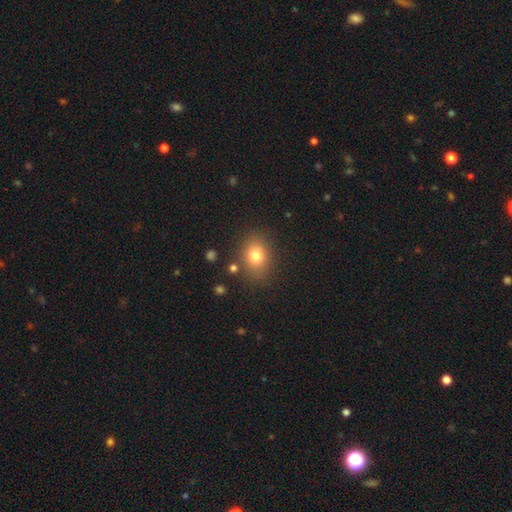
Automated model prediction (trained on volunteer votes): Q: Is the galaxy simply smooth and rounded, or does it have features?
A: smooth — 77%.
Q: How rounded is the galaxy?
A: in between — 55%.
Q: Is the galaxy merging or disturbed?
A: none — 81%.